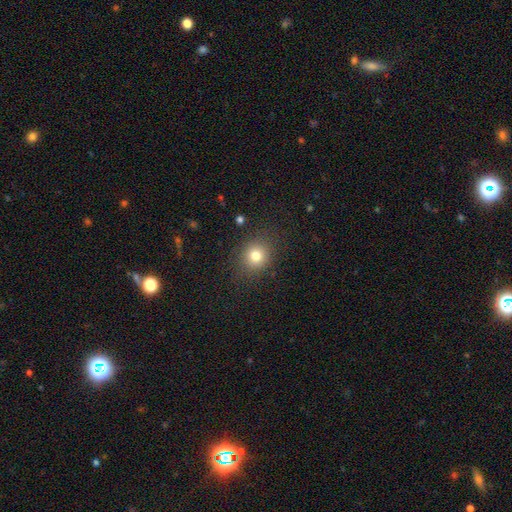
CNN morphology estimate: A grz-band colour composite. It shows a smooth galaxy with no disk features (79%) that is round (78%). Merging: none (85%).